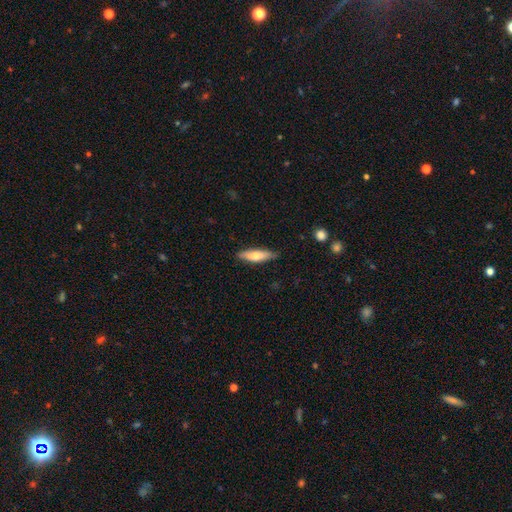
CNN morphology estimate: smooth-or-featured: smooth: 62% | featured or disk: 32% | star or artifact: 6%
  how-rounded: cigar-shaped: 64% | in between: 35% | round: 2%
  merging: none: 83% | minor disturbance: 14% | major disturbance: 2% | merger: 1%